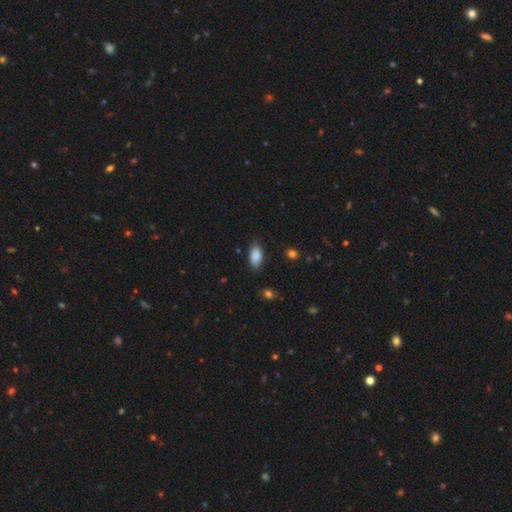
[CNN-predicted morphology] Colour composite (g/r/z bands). It shows a smooth galaxy with no disk features (88%) that is in between round and cigar-shaped (93%). Merging: none (80%).